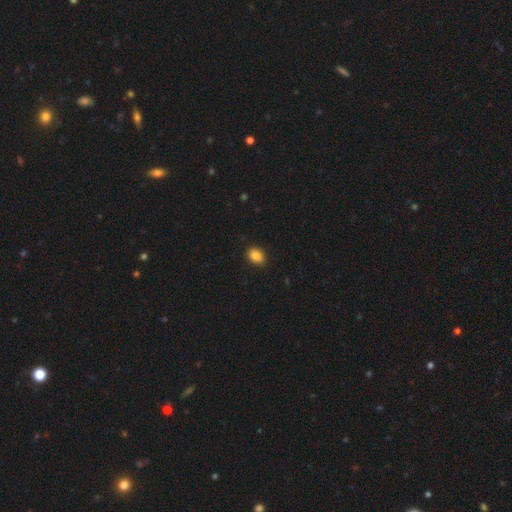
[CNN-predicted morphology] Q: Smooth or featured?
A: smooth (87%); runner-up: star or artifact (9%)
Q: How rounded?
A: in between (67%); runner-up: round (32%)
Q: Merging?
A: none (90%); runner-up: minor disturbance (7%)